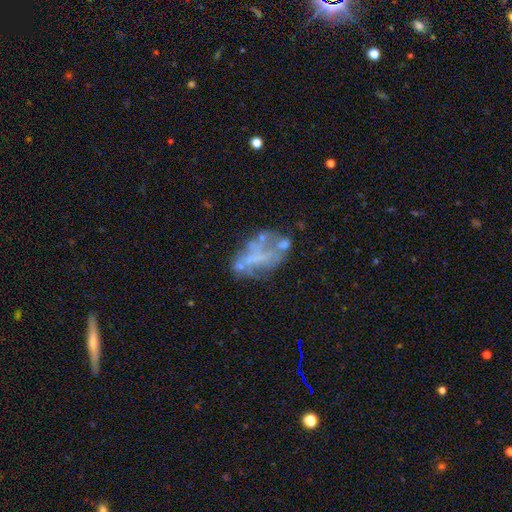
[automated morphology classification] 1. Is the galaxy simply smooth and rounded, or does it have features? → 60% featured or disk, 23% smooth, 17% star or artifact.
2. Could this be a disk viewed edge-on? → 94% no, 6% yes.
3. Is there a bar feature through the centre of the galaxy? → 82% no, 11% weak, 7% strong.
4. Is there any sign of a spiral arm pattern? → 86% no, 14% yes.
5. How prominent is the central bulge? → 76% none, 14% small, 7% moderate, 2% large, 1% dominant.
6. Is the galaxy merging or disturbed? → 46% none, 23% major disturbance, 19% minor disturbance, 12% merger.